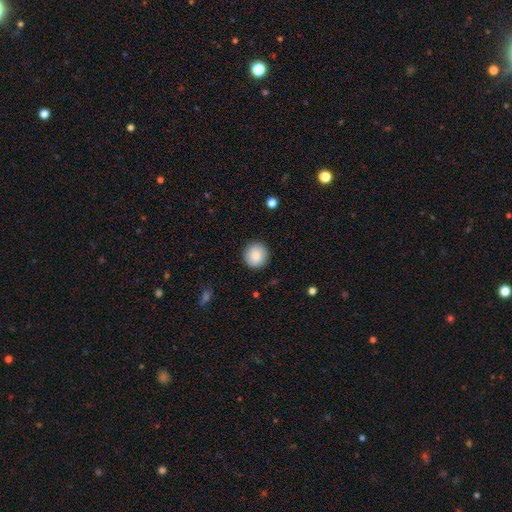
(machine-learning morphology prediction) Smooth or featured? Predicted: smooth (p=0.87). How rounded? Predicted: round (p=0.94). Merging? Predicted: none (p=0.91).